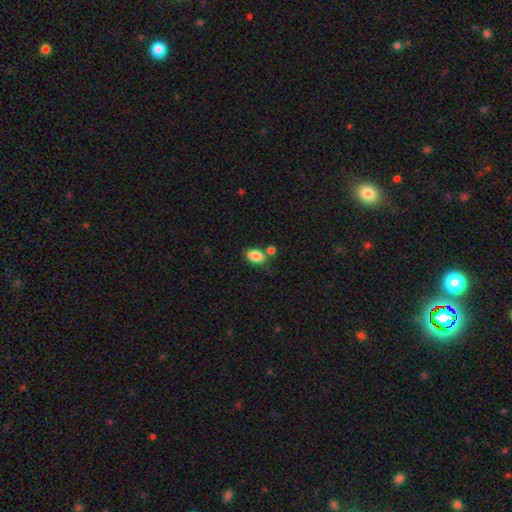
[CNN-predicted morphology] This is clearly a smooth galaxy (85%). How rounded: clearly in between (84%). Merging: likely none (62%).